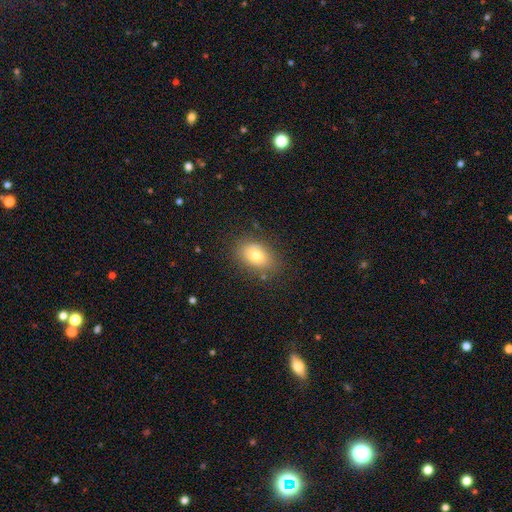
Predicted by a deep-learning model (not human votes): Q: Smooth or featured?
A: smooth (76%); runner-up: featured or disk (15%)
Q: How rounded?
A: in between (79%); runner-up: round (20%)
Q: Merging?
A: none (80%); runner-up: minor disturbance (14%)